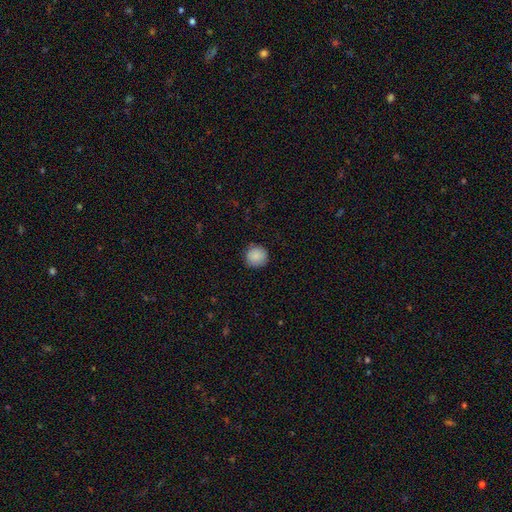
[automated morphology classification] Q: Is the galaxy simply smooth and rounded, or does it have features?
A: smooth — 89%.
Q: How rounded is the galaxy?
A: round — 93%.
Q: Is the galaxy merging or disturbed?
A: none — 89%.